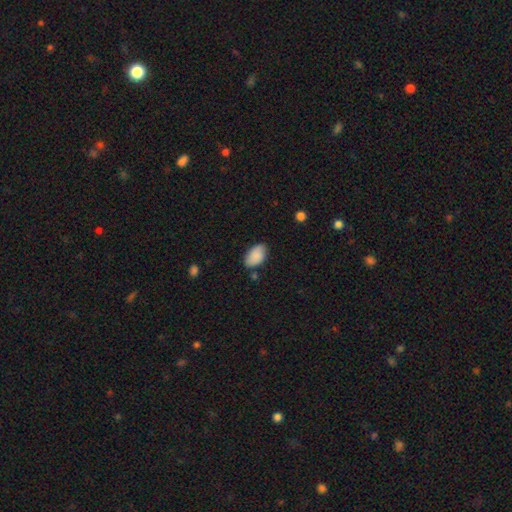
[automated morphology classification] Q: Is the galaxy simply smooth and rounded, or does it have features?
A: smooth — 86%.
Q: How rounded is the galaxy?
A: in between — 94%.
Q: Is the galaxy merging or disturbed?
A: none — 75%.